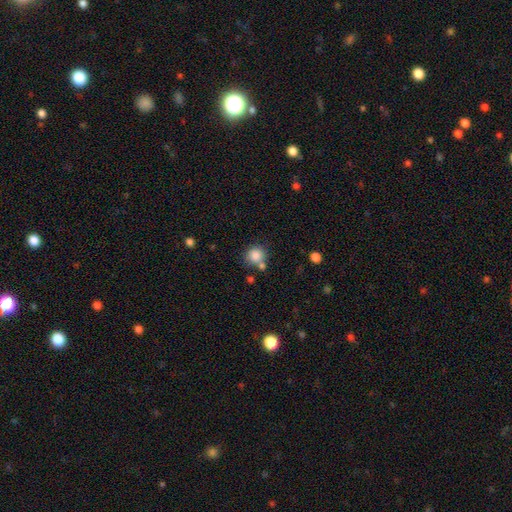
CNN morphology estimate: Smooth or featured? smooth (85%)
How rounded? round (87%)
Merging? none (67%)